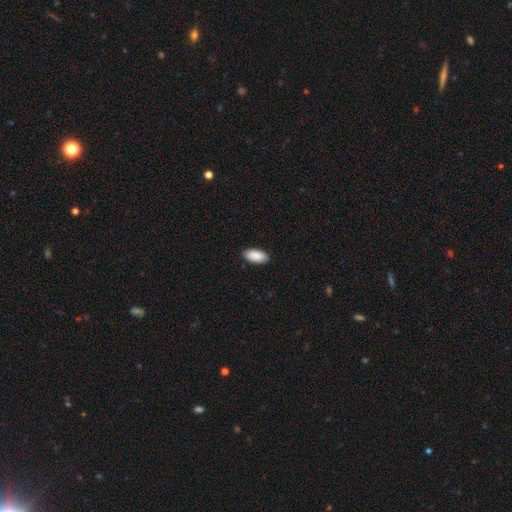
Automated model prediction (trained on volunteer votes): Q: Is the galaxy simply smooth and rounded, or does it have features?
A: smooth — 91%.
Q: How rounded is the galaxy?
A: in between — 92%.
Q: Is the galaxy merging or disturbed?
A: none — 89%.